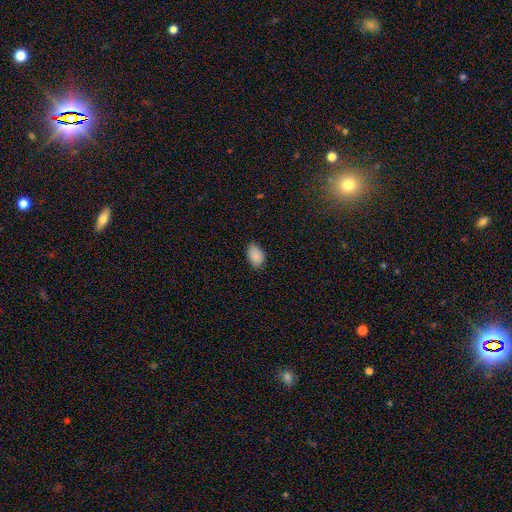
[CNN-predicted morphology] Smooth or featured?
  - smooth: 89% *
  - star or artifact: 7%
  - featured or disk: 4%
How rounded?
  - in between: 88% *
  - round: 11%
  - cigar-shaped: 1%
Merging?
  - none: 79% *
  - minor disturbance: 17%
  - major disturbance: 3%
  - merger: 1%